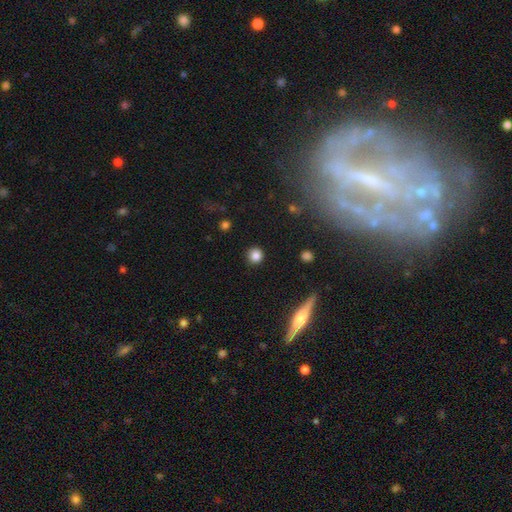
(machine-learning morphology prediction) Q: Smooth or featured?
A: smooth (84%); runner-up: star or artifact (11%)
Q: How rounded?
A: round (93%); runner-up: in between (6%)
Q: Merging?
A: none (91%); runner-up: minor disturbance (6%)